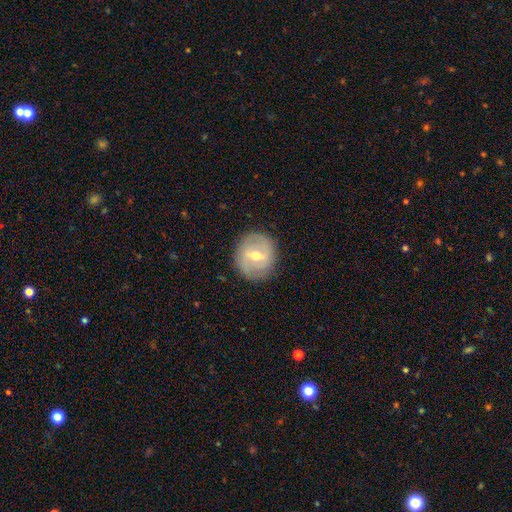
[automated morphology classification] Q: Smooth or featured?
A: featured or disk (65%); runner-up: smooth (28%)
Q: Edge-on disk?
A: no (96%); runner-up: yes (4%)
Q: Bar?
A: weak (53%); runner-up: strong (31%)
Q: Spiral arms?
A: yes (65%); runner-up: no (35%)
Q: Bulge size?
A: moderate (65%); runner-up: small (31%)
Q: Merging?
A: none (85%); runner-up: minor disturbance (11%)